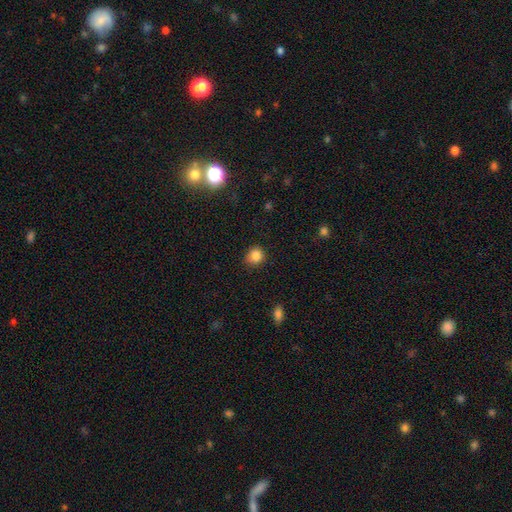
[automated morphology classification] smooth_or_featured: smooth (p=0.85) [alt: star or artifact p=0.11]
how_rounded: round (p=0.79) [alt: in between p=0.20]
merging: none (p=0.79) [alt: minor disturbance p=0.16]